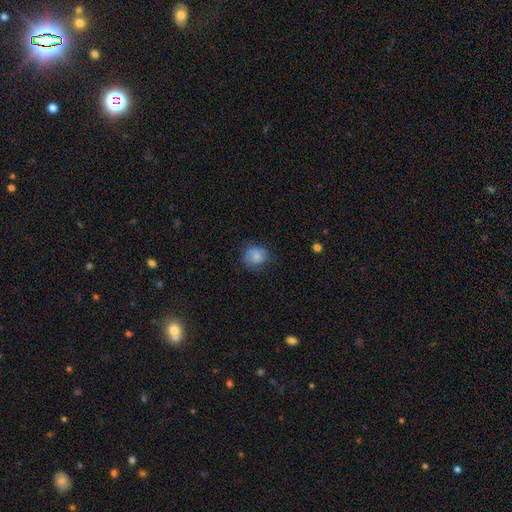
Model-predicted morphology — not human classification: This appears to be a smooth galaxy with no disk features (73%) that is round (70%). Merging: none (64%).